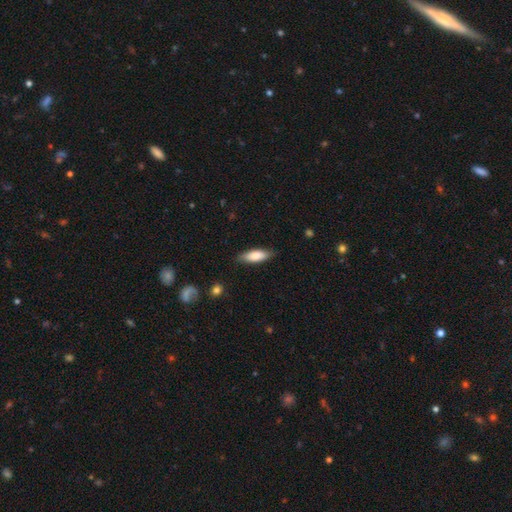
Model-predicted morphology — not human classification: A smooth galaxy with no disk features (80%) that is in between round and cigar-shaped (62%).

Vote fractions:
- Smooth or featured? smooth: 80% / featured or disk: 15% / star or artifact: 6%
- How rounded? in between: 62% / cigar-shaped: 36% / round: 2%
- Merging? none: 82% / minor disturbance: 14% / major disturbance: 3% / merger: 1%